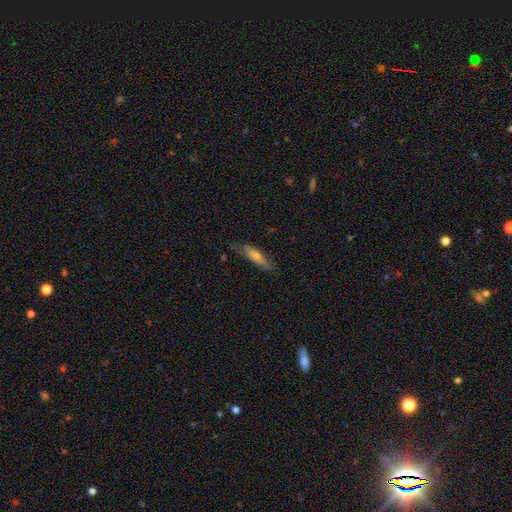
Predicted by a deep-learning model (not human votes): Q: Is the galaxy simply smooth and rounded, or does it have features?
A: smooth — 53%.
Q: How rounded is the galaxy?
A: cigar-shaped — 70%.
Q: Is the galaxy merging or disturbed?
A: none — 69%.